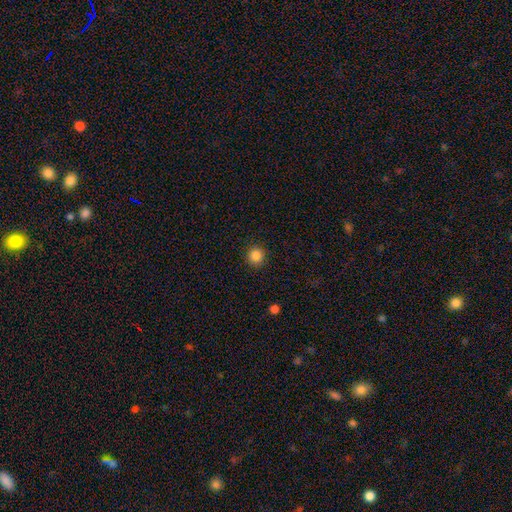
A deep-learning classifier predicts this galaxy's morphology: smooth-or-featured: smooth: 86% | star or artifact: 11% | featured or disk: 3%
  how-rounded: round: 94% | in between: 5% | cigar-shaped: 1%
  merging: none: 92% | minor disturbance: 5% | major disturbance: 2% | merger: 1%